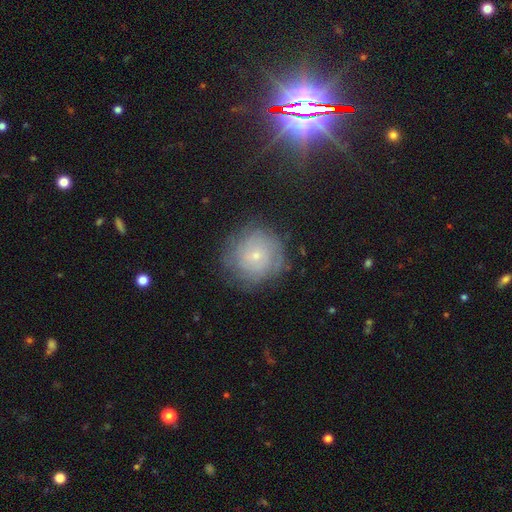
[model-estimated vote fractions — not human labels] A featured or disk galaxy (52%) with no bar (81%), spiral arms (78%) and a small central bulge (79%).

Vote fractions:
- Smooth or featured? featured or disk: 52% / smooth: 37% / star or artifact: 11%
- Edge-on disk? no: 97% / yes: 3%
- Bar? no: 81% / weak: 16% / strong: 3%
- Spiral arms? yes: 78% / no: 22%
- Bulge size? small: 79% / moderate: 16% / none: 2% / large: 1% / dominant: 1%
- Merging? none: 76% / minor disturbance: 15% / major disturbance: 7% / merger: 1%